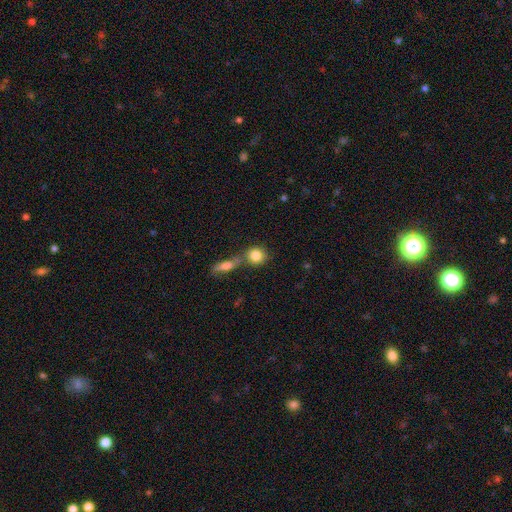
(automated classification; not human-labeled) Morphology: type=smooth (83%); roundness=round (82%); merging=none (53%).